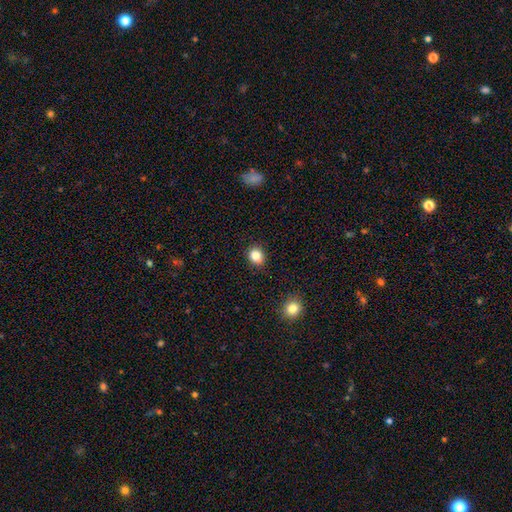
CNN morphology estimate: smooth-or-featured: smooth: 84% | star or artifact: 11% | featured or disk: 5%
  how-rounded: round: 61% | in between: 38% | cigar-shaped: 1%
  merging: none: 88% | minor disturbance: 8% | major disturbance: 2% | merger: 1%